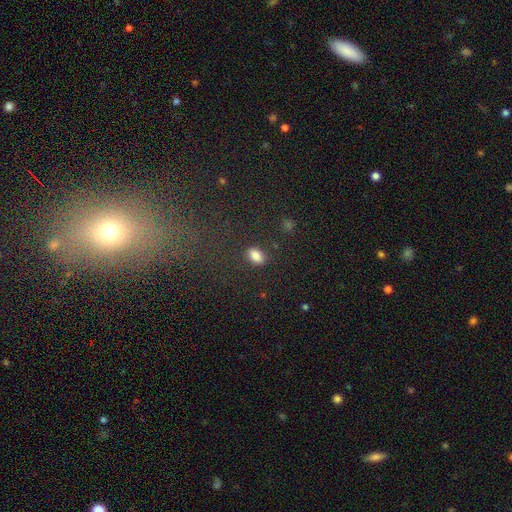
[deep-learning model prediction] This is clearly a smooth galaxy (84%). How rounded: clearly in between (86%). Merging: clearly none (84%).